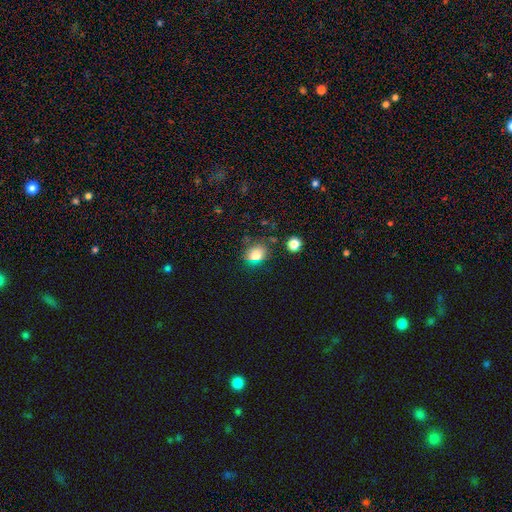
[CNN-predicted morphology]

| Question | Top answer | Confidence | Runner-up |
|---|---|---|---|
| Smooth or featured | smooth | 76% | star or artifact (16%) |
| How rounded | round | 57% | in between (41%) |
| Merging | none | 73% | minor disturbance (17%) |